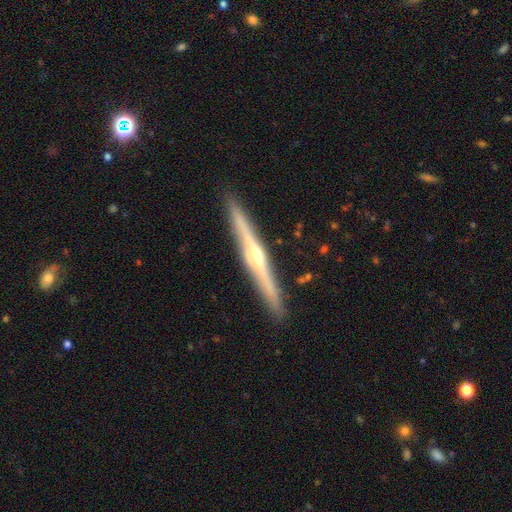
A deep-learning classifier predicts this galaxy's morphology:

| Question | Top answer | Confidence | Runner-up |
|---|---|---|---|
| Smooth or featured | featured or disk | 77% | smooth (17%) |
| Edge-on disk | yes | 98% | no (2%) |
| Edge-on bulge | rounded | 79% | none (12%) |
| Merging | none | 91% | minor disturbance (6%) |